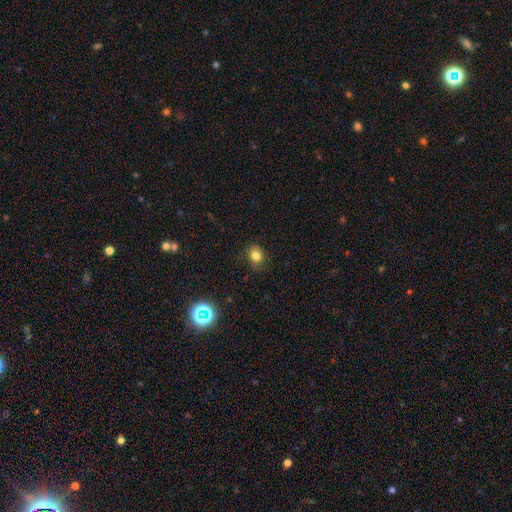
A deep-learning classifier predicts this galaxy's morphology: This appears to be a smooth galaxy with no disk features (79%) that is round (56%). Merging: none (82%).